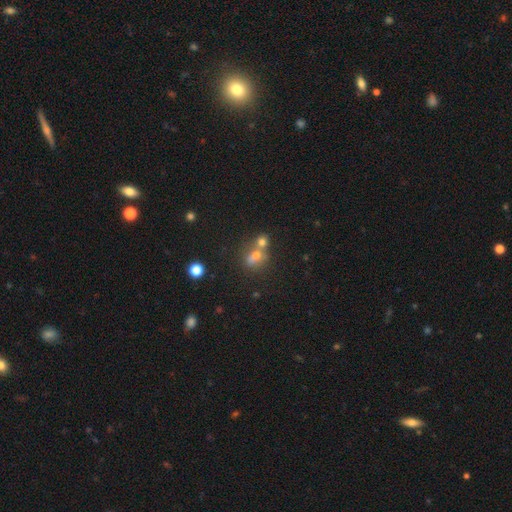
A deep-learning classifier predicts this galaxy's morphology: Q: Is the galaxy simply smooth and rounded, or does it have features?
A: smooth — 63%.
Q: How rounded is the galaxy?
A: round — 49%.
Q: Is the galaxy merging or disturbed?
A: merger — 45%.